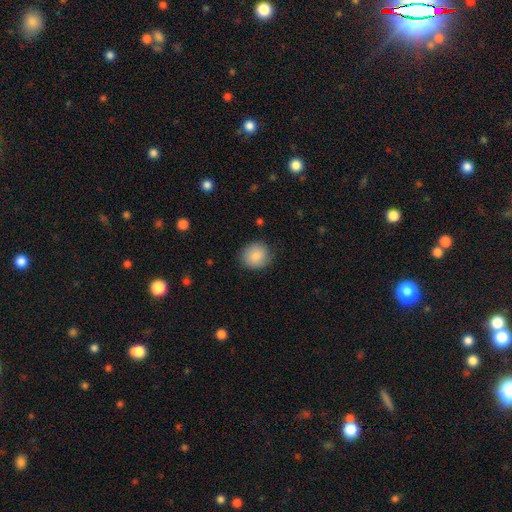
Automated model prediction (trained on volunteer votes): Smooth or featured? smooth (84%)
How rounded? round (81%)
Merging? none (79%)